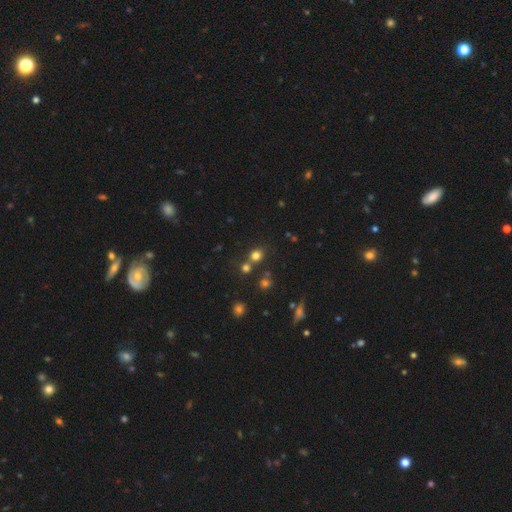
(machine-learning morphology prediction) smooth-or-featured: smooth: 72% | star or artifact: 21% | featured or disk: 8%
  how-rounded: round: 80% | in between: 19% | cigar-shaped: 1%
  merging: none: 66% | merger: 22% | minor disturbance: 9% | major disturbance: 4%